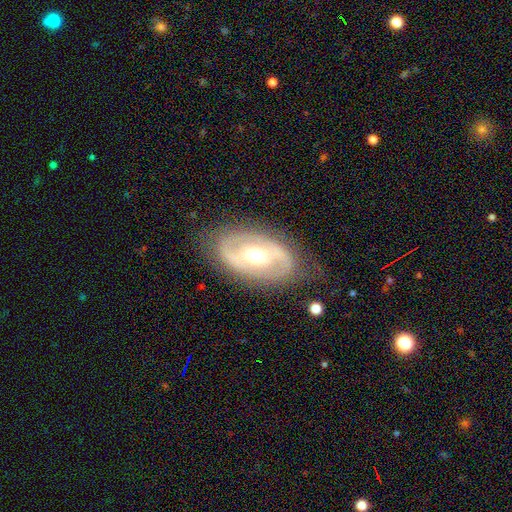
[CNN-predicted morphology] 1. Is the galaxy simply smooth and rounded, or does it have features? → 74% featured or disk, 21% smooth, 5% star or artifact.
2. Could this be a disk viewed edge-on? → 93% no, 7% yes.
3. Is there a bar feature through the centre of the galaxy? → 39% no, 36% weak, 25% strong.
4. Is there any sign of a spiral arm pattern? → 62% yes, 38% no.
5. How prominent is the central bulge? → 70% moderate, 14% small, 14% large, 1% dominant, 1% none.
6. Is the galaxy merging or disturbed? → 73% none, 17% minor disturbance, 8% major disturbance, 1% merger.